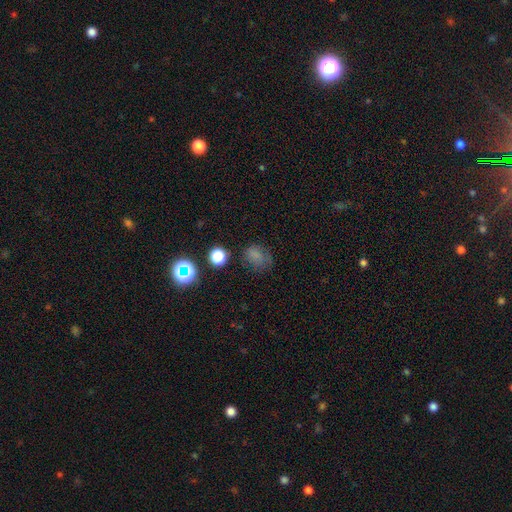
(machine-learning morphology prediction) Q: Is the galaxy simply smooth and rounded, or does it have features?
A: smooth — 69%.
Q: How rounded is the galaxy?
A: round — 53%.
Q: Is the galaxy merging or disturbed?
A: none — 59%.